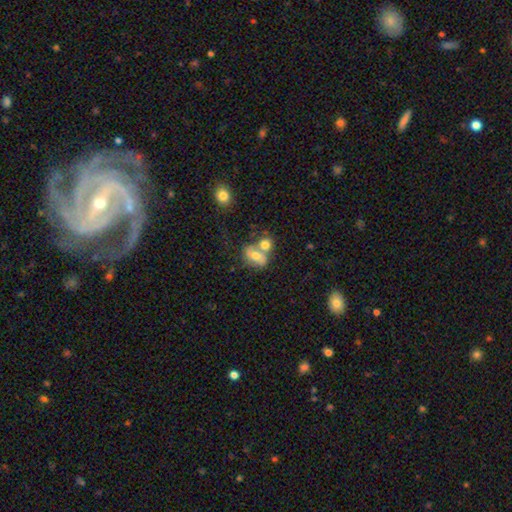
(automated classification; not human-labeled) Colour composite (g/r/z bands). It shows a featured or disk galaxy (46%). Merging: merger (49%).